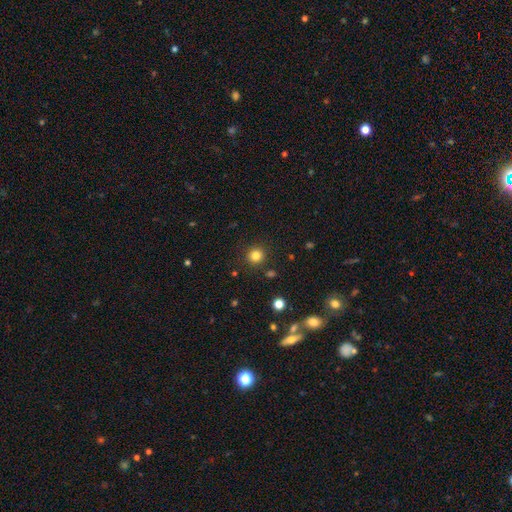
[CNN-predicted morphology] Overall: smooth (82%). How rounded: round (93%). Merging: none (89%).